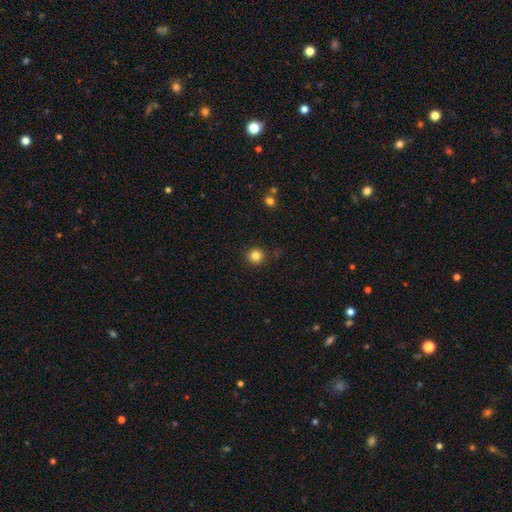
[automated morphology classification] smooth_or_featured: smooth (p=0.83) [alt: star or artifact p=0.12]
how_rounded: round (p=0.92) [alt: in between p=0.07]
merging: none (p=0.89) [alt: minor disturbance p=0.07]